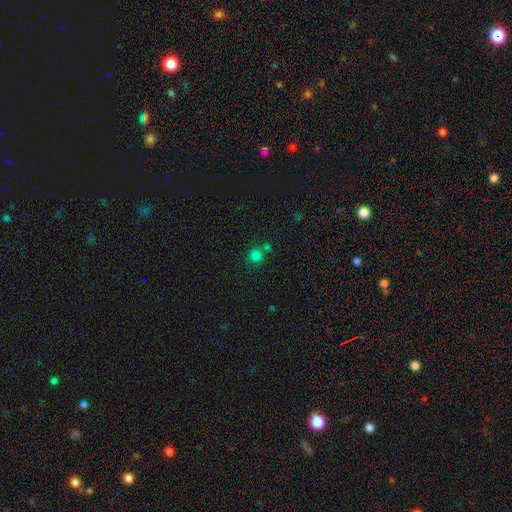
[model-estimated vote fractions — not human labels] Overall: smooth (78%). How rounded: round (91%). Merging: none (67%).